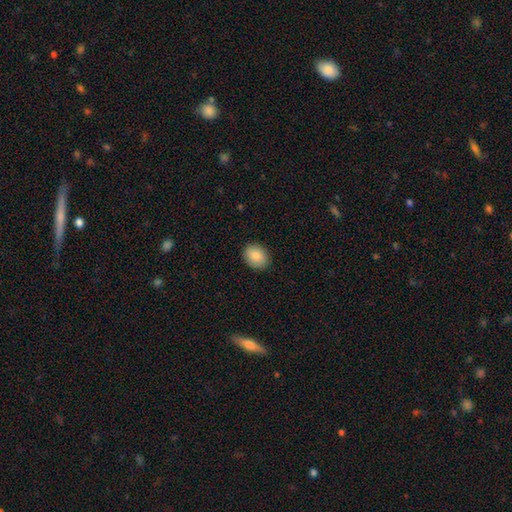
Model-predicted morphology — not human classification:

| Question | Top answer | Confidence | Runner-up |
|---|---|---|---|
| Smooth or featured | smooth | 87% | star or artifact (7%) |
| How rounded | in between | 53% | round (46%) |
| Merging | none | 89% | minor disturbance (8%) |